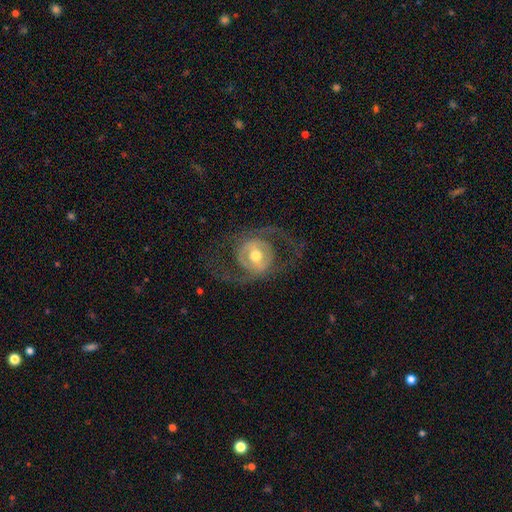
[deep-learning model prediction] Overall: featured or disk (77%). Edge-on disk: no (96%). Bar: no (42%; weak 37%). Spiral arms: yes (66%; no 34%). Bulge size: moderate (74%). Merging: none (65%).